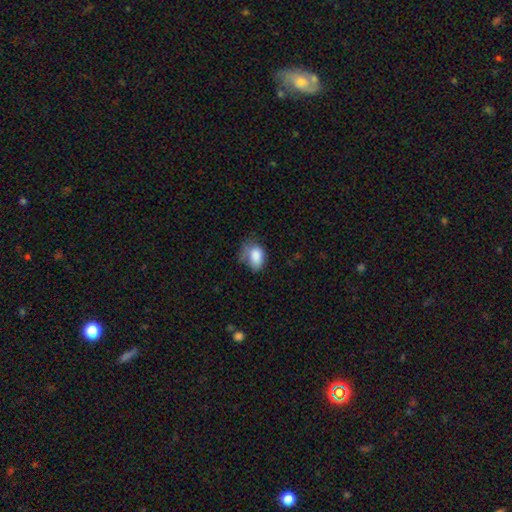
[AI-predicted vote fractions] Q: Smooth or featured?
A: smooth (83%); runner-up: featured or disk (9%)
Q: How rounded?
A: in between (81%); runner-up: round (18%)
Q: Merging?
A: none (38%); runner-up: minor disturbance (37%)